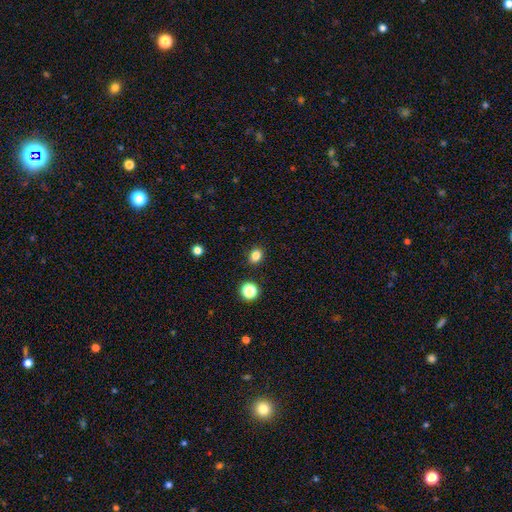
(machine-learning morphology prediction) smooth_or_featured: smooth (p=0.83) [alt: star or artifact p=0.13]
how_rounded: round (p=0.50) [alt: in between p=0.49]
merging: none (p=0.88) [alt: minor disturbance p=0.07]